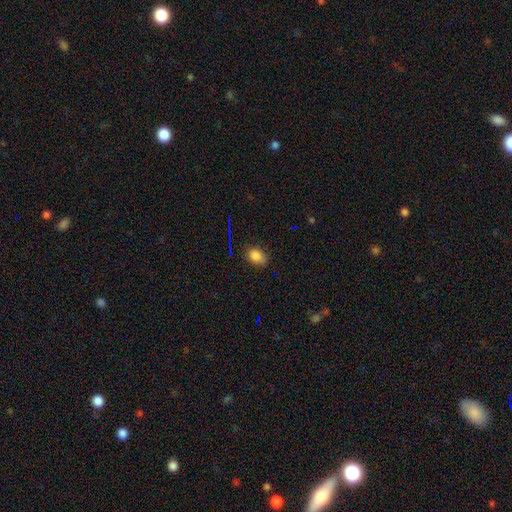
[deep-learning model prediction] This is clearly a smooth galaxy (82%). How rounded: likely in between (68%). Merging: likely none (74%).